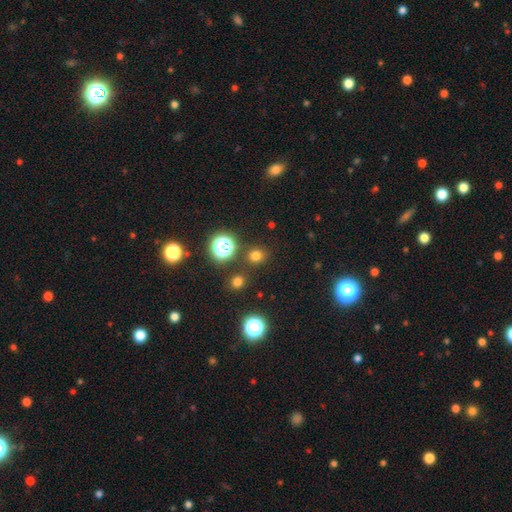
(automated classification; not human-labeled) A smooth galaxy with no disk features (69%) that is round (85%). Merging: none (84%).